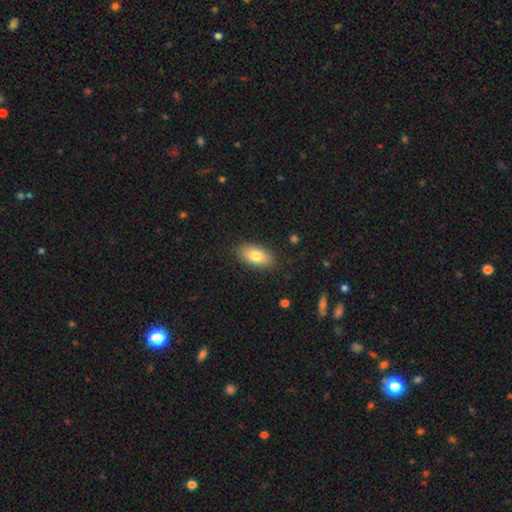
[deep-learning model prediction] The model was most divided on "smooth or featured": smooth: 81%, featured or disk: 12%, star or artifact: 7%. More confident: how rounded — in between (92%); merging — none (86%).